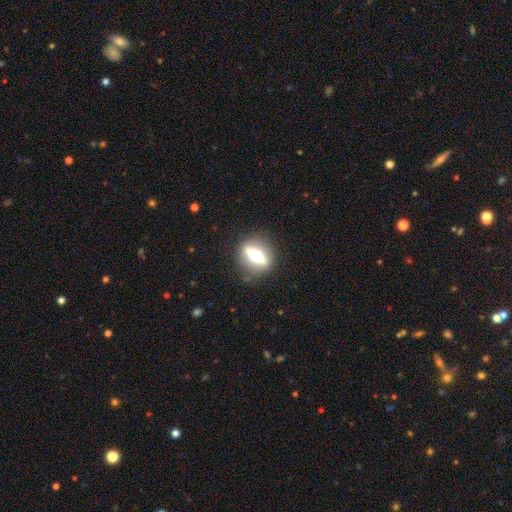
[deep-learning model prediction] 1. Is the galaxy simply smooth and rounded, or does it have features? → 65% featured or disk, 26% smooth, 9% star or artifact.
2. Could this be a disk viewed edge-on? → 72% yes, 28% no.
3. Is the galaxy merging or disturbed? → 85% none, 9% minor disturbance, 5% major disturbance, 1% merger.